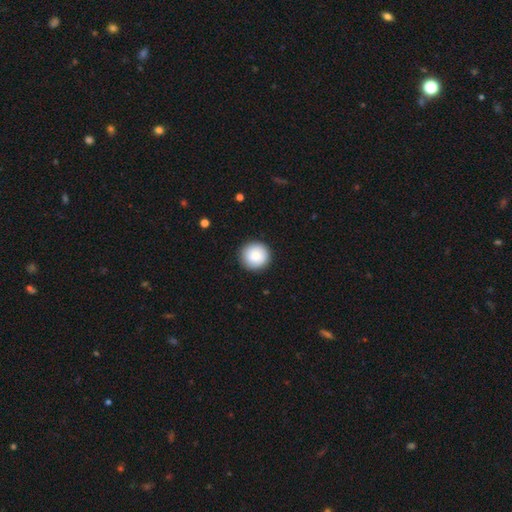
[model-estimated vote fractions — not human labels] A smooth galaxy with no disk features (85%) that is round (95%).

Vote fractions:
- Smooth or featured? smooth: 85% / featured or disk: 9% / star or artifact: 7%
- How rounded? round: 95% / in between: 4% / cigar-shaped: 1%
- Merging? none: 90% / minor disturbance: 7% / major disturbance: 2% / merger: 1%